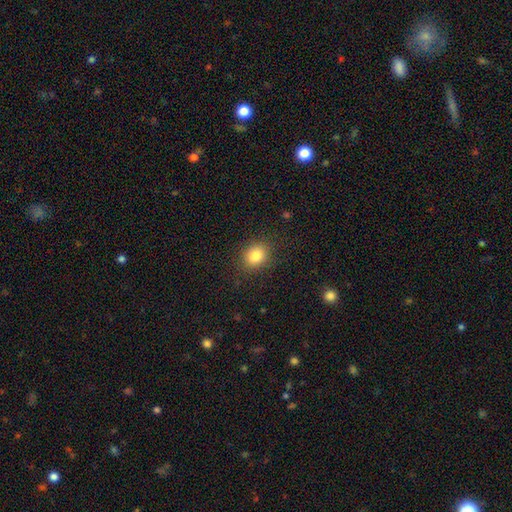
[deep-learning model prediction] A smooth galaxy with no disk features (83%) that is round (61%).

Vote fractions:
- Smooth or featured? smooth: 83% / star or artifact: 11% / featured or disk: 6%
- How rounded? round: 61% / in between: 39% / cigar-shaped: 1%
- Merging? none: 87% / minor disturbance: 9% / major disturbance: 3% / merger: 1%